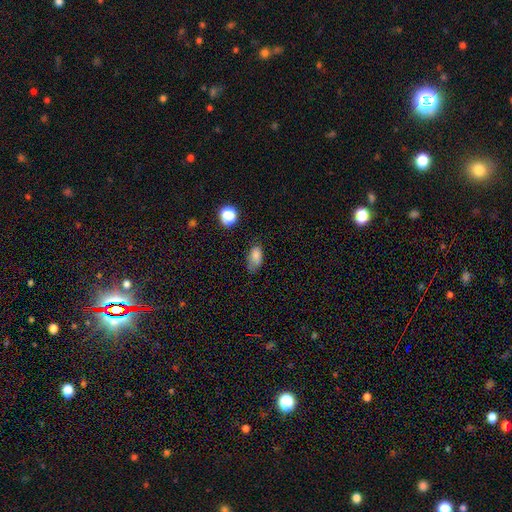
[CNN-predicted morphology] Smooth or featured? Predicted: smooth (p=0.81). How rounded? Predicted: in between (p=0.88). Merging? Predicted: none (p=0.55).